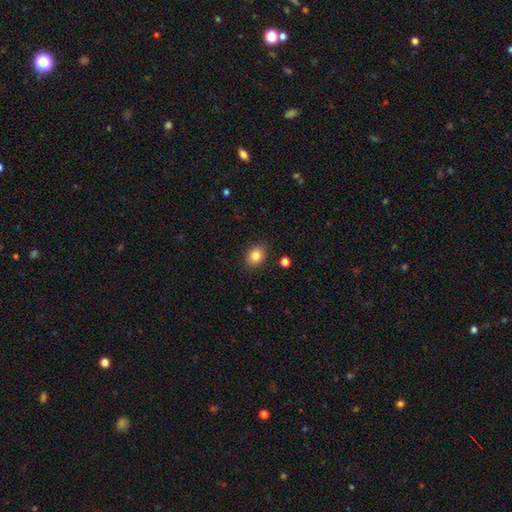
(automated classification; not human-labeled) Smooth or featured?
  - smooth: 84% *
  - star or artifact: 10%
  - featured or disk: 7%
How rounded?
  - in between: 51% *
  - round: 48%
  - cigar-shaped: 1%
Merging?
  - none: 88% *
  - minor disturbance: 8%
  - major disturbance: 2%
  - merger: 2%